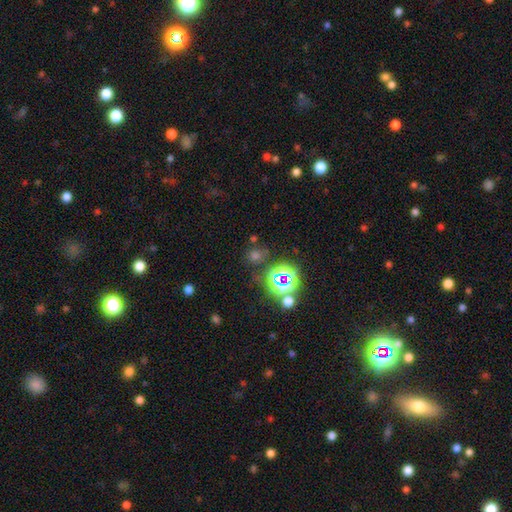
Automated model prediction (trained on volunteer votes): Smooth or featured? star or artifact (51%)